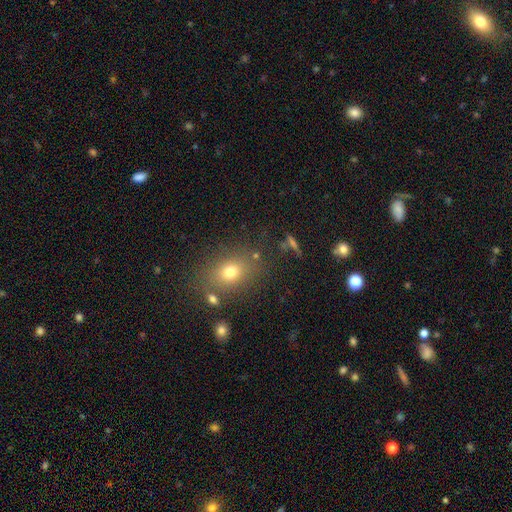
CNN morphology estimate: Smooth or featured? smooth (65%)
How rounded? in between (50%)
Merging? none (82%)